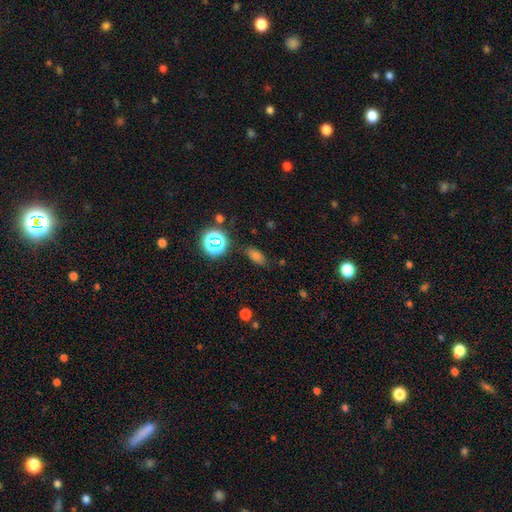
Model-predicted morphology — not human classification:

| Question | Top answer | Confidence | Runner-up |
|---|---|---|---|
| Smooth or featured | smooth | 63% | star or artifact (28%) |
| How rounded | in between | 76% | round (15%) |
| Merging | none | 82% | minor disturbance (12%) |